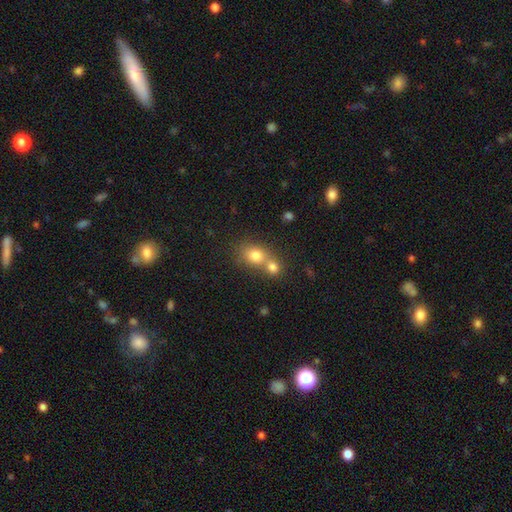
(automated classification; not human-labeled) Smooth or featured?
  - smooth: 77% *
  - star or artifact: 12%
  - featured or disk: 11%
How rounded?
  - round: 64% *
  - in between: 35%
  - cigar-shaped: 1%
Merging?
  - merger: 56% *
  - none: 34%
  - minor disturbance: 7%
  - major disturbance: 3%